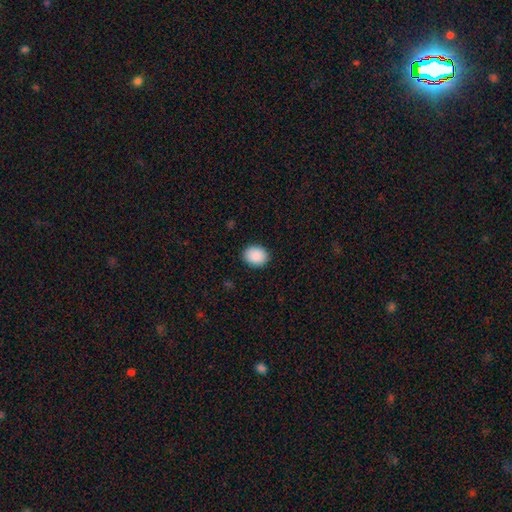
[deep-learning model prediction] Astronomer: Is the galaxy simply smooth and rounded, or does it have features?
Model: smooth — 90%.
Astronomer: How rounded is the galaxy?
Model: in between — 52% (runner-up: round, 47%).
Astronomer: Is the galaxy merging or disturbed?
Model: none — 88%.